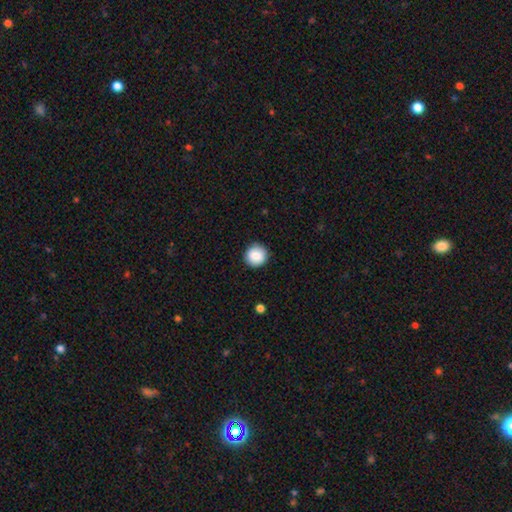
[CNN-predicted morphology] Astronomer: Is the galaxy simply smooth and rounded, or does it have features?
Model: smooth — 87%.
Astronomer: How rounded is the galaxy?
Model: round — 94%.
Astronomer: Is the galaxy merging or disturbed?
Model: none — 90%.